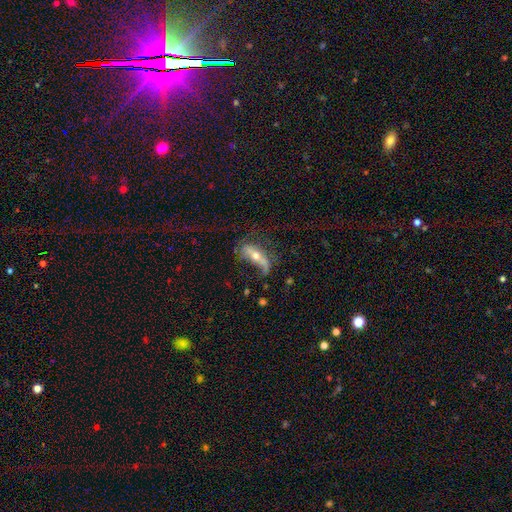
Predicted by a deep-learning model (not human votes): Smooth or featured?
  - featured or disk: 58% *
  - smooth: 34%
  - star or artifact: 8%
Edge-on disk?
  - no: 56% *
  - yes: 44%
Merging?
  - none: 46% *
  - minor disturbance: 26%
  - major disturbance: 25%
  - merger: 4%